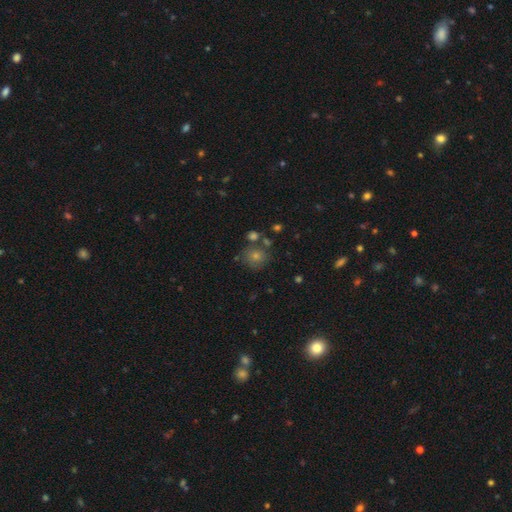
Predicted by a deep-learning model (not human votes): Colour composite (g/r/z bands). It shows a smooth galaxy with no disk features (54%) that is round (85%). Merging: none (74%).